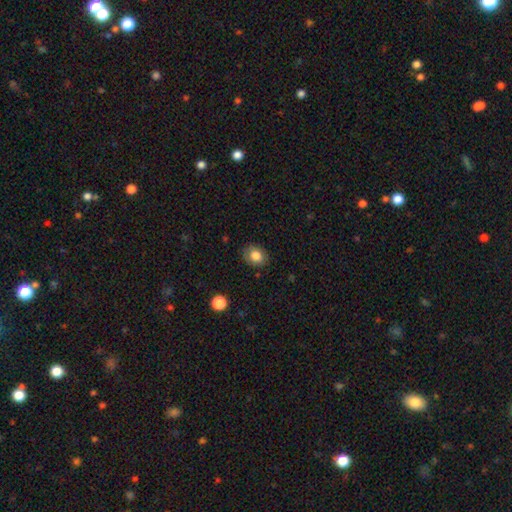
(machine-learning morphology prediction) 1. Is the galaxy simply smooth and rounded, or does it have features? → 82% smooth, 9% featured or disk, 9% star or artifact.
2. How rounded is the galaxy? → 53% in between, 46% round, 1% cigar-shaped.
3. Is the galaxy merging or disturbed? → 82% none, 14% minor disturbance, 3% major disturbance, 1% merger.